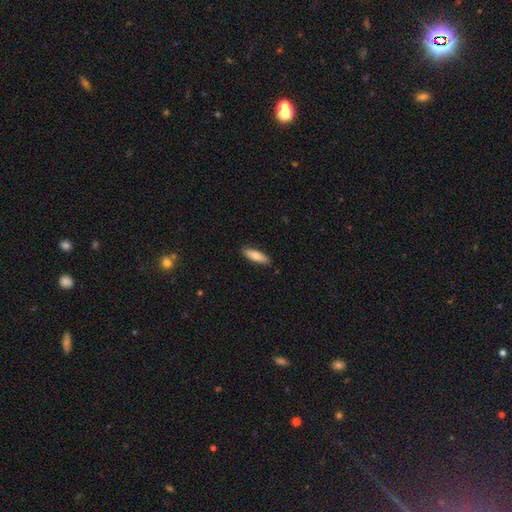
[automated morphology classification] Smooth or featured? smooth (77%)
How rounded? cigar-shaped (51%)
Merging? none (87%)